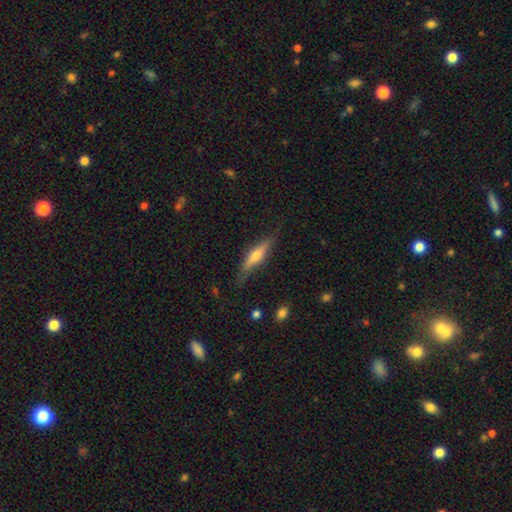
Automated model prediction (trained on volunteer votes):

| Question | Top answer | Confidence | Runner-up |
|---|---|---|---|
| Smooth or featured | featured or disk | 58% | smooth (35%) |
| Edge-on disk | yes | 93% | no (7%) |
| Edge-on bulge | rounded | 83% | boxy (9%) |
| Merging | none | 78% | minor disturbance (16%) |